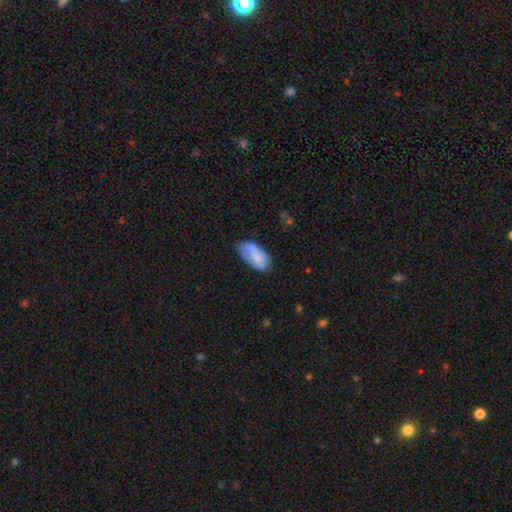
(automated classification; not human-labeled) Smooth or featured? smooth (73%)
How rounded? in between (93%)
Merging? none (56%)